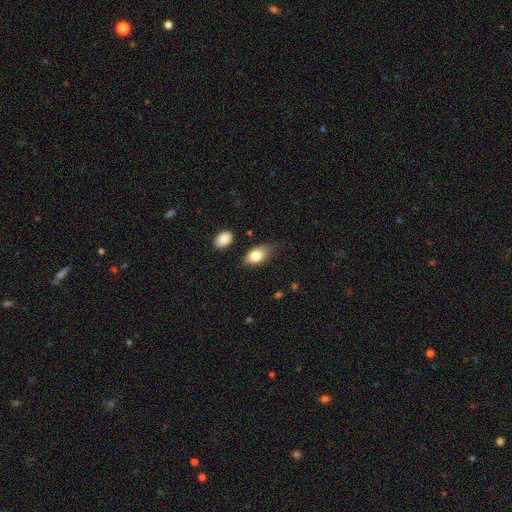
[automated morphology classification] This is clearly a smooth galaxy (80%). How rounded: clearly in between (88%). Merging: likely none (61%).